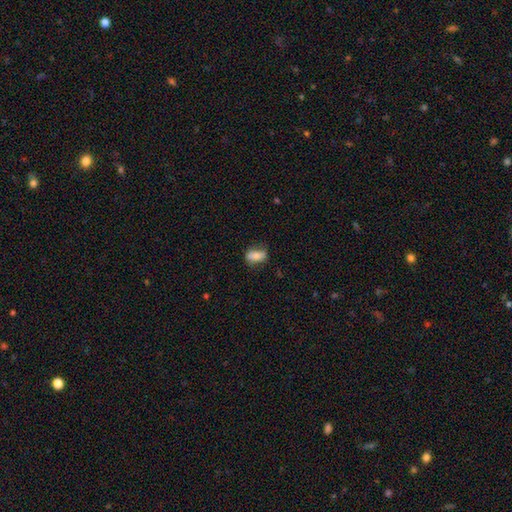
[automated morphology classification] This appears to be a smooth galaxy with no disk features (77%) that is in between round and cigar-shaped (83%). Merging: none (66%).